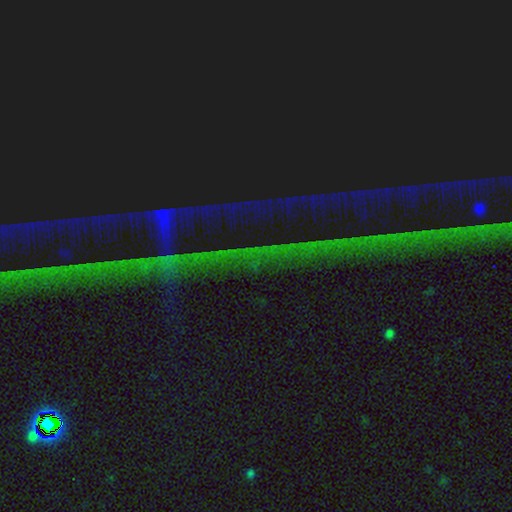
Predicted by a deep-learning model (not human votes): This appears to be a star or artifact, not a galaxy (86%).